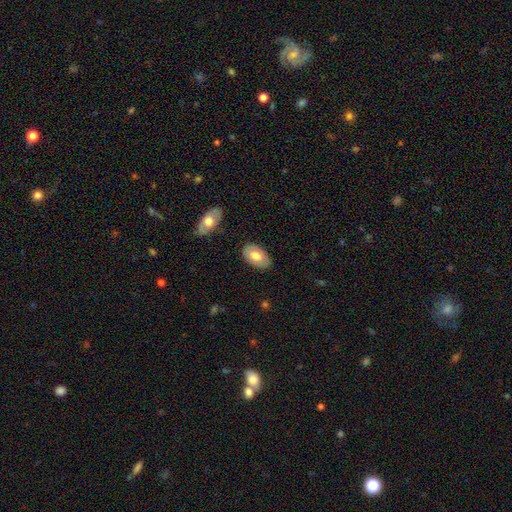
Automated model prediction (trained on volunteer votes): smooth-or-featured: smooth: 70% | featured or disk: 25% | star or artifact: 6%
  how-rounded: in between: 94% | round: 5% | cigar-shaped: 1%
  merging: none: 84% | minor disturbance: 12% | major disturbance: 2% | merger: 2%